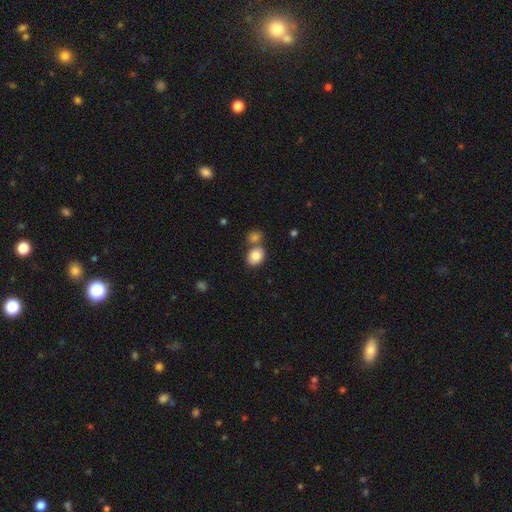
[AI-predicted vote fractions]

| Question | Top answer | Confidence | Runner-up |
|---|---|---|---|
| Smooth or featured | smooth | 83% | featured or disk (9%) |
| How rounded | in between | 57% | round (42%) |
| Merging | none | 55% | merger (31%) |